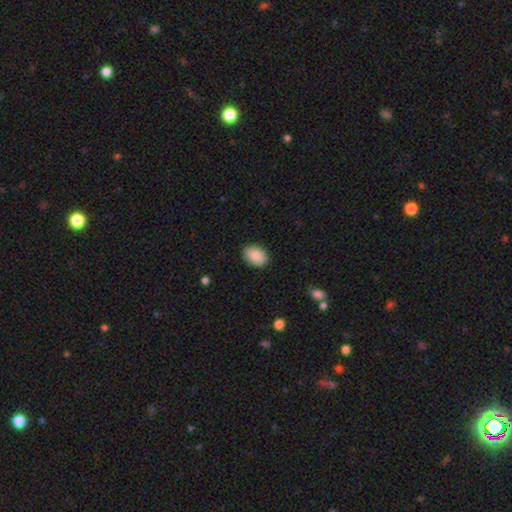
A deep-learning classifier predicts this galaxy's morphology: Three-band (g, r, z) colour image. It shows a smooth galaxy with no disk features (89%) that is in between round and cigar-shaped (79%). Merging: none (89%).